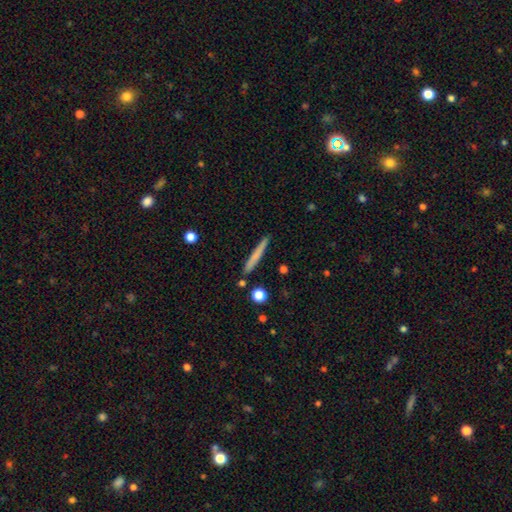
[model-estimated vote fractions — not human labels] This is likely a smooth galaxy (69%). How rounded: clearly cigar-shaped (96%). Merging: clearly none (89%).